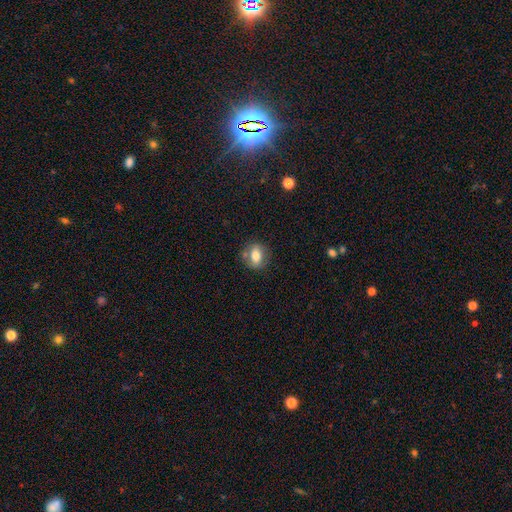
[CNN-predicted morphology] Overall: smooth (73%). How rounded: in between (57%; round 41%). Merging: none (73%).